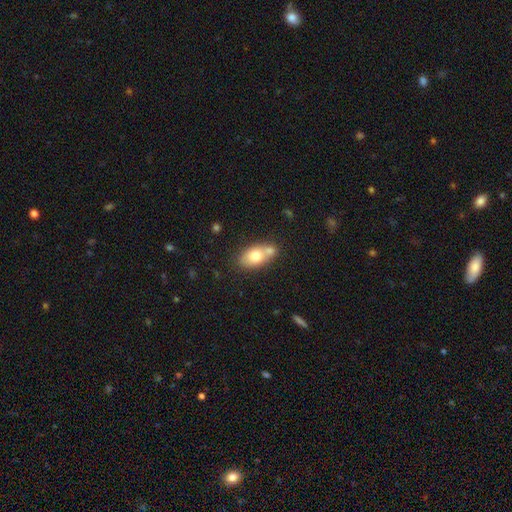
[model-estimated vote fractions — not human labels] Smooth or featured? Predicted: smooth (p=0.73). How rounded? Predicted: in between (p=0.84). Merging? Predicted: none (p=0.44).